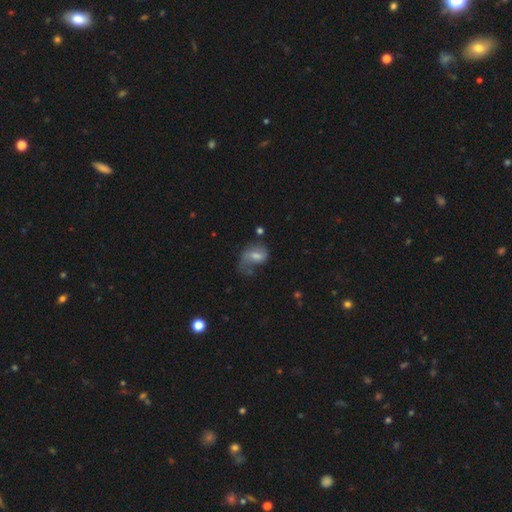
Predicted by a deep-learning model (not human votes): Morphology: type=smooth (49%); merging=major disturbance (39%).